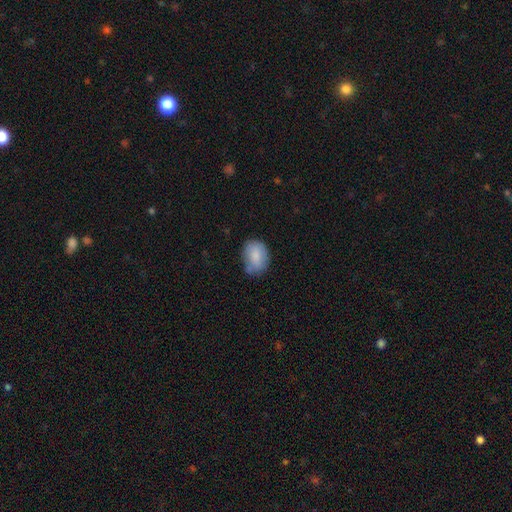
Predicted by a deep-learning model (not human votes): smooth_or_featured: smooth (p=0.82) [alt: featured or disk p=0.12]
how_rounded: in between (p=0.71) [alt: round p=0.28]
merging: none (p=0.62) [alt: minor disturbance p=0.26]